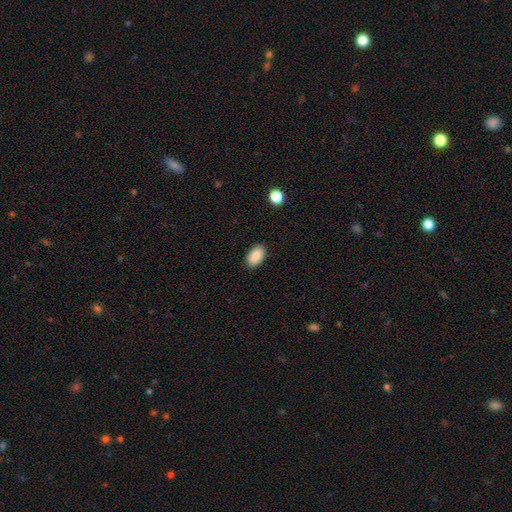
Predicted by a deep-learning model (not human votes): Q: Smooth or featured?
A: smooth (89%); runner-up: star or artifact (7%)
Q: How rounded?
A: in between (93%); runner-up: round (5%)
Q: Merging?
A: none (88%); runner-up: minor disturbance (9%)